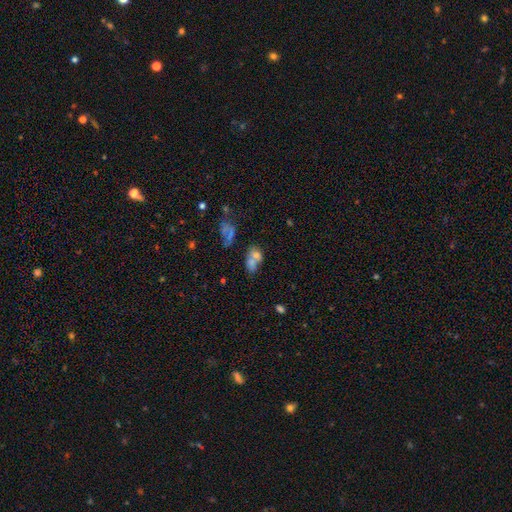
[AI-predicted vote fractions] smooth-or-featured: smooth: 64% | featured or disk: 22% | star or artifact: 14%
  how-rounded: in between: 71% | round: 26% | cigar-shaped: 3%
  merging: merger: 60% | none: 23% | minor disturbance: 9% | major disturbance: 7%